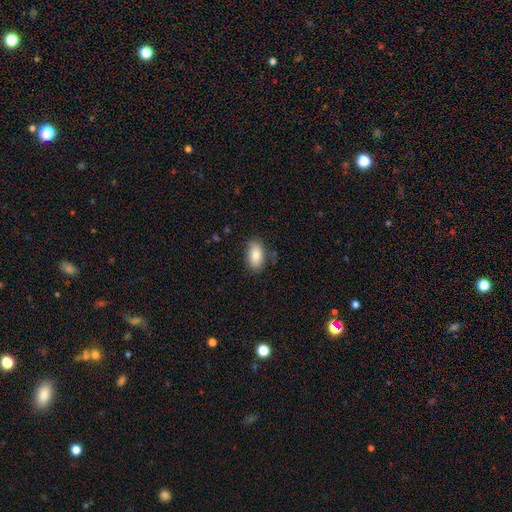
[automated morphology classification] Smooth or featured?
  - smooth: 84% *
  - featured or disk: 9%
  - star or artifact: 7%
How rounded?
  - in between: 91% *
  - round: 6%
  - cigar-shaped: 2%
Merging?
  - none: 80% *
  - minor disturbance: 15%
  - major disturbance: 3%
  - merger: 2%